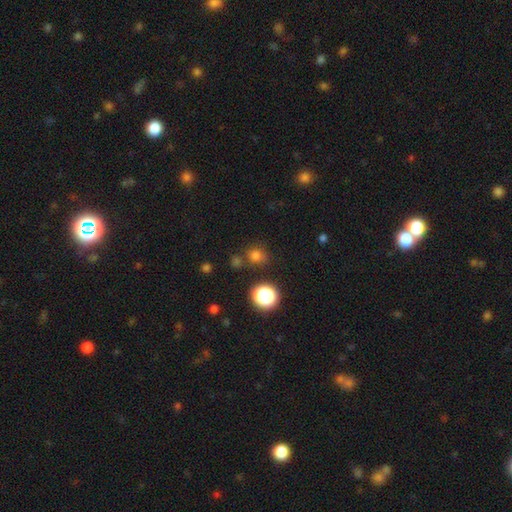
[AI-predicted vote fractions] The model was most divided on "smooth or featured": smooth: 72%, star or artifact: 23%, featured or disk: 6%. More confident: how rounded — round (83%); merging — none (72%).